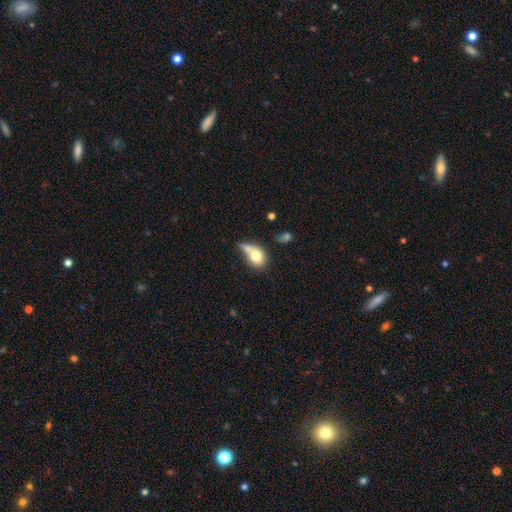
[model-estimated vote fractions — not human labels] This appears to be a smooth galaxy with no disk features (72%) that is in between round and cigar-shaped (57%). Merging: merger (32%).